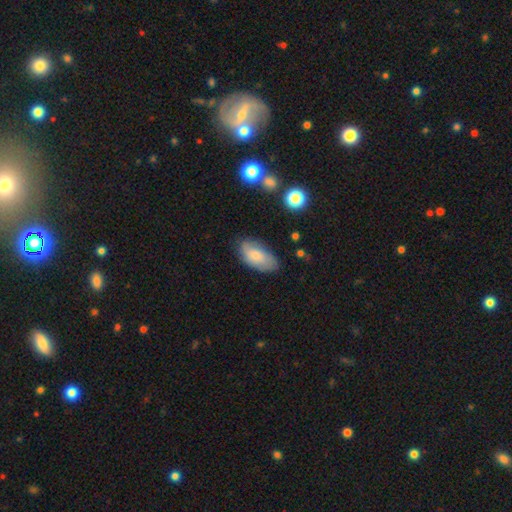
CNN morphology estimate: smooth-or-featured: smooth: 72% | featured or disk: 21% | star or artifact: 7%
  how-rounded: in between: 93% | cigar-shaped: 3% | round: 3%
  merging: none: 71% | minor disturbance: 22% | major disturbance: 5% | merger: 2%